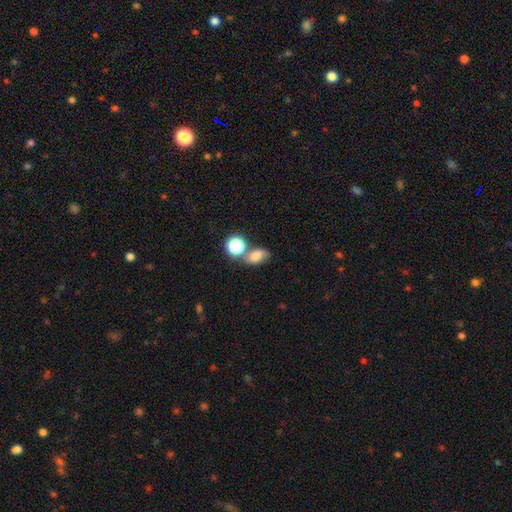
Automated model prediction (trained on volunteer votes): Smooth or featured: smooth — 67% (featured or disk — 18%)
How rounded: in between — 72% (round — 26%)
Merging: none — 49% (merger — 28%)